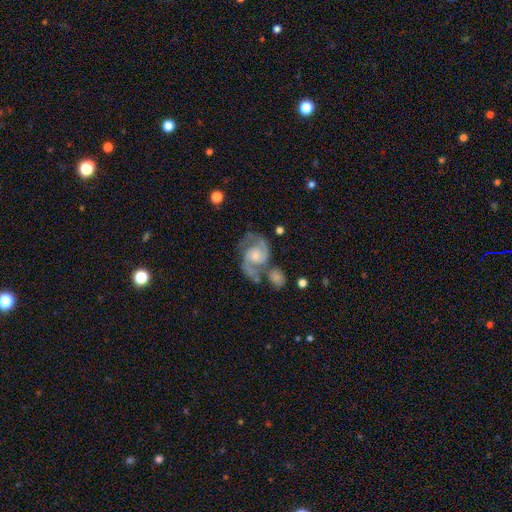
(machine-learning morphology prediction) Smooth or featured: featured or disk — 88% (smooth — 7%)
Edge-on disk: no — 98% (yes — 2%)
Bar: no — 60% (weak — 33%)
Spiral arms: yes — 97% (no — 3%)
Spiral winding: medium — 58% (tight — 22%)
Spiral arm count: 2 — 92% (can't tell — 3%)
Bulge size: small — 44% (moderate — 42%)
Merging: none — 53% (merger — 20%)